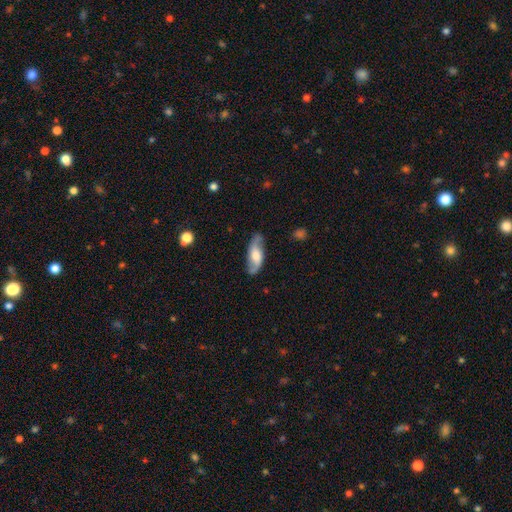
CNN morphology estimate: Smooth or featured? featured or disk (64%)
Edge-on disk? no (87%)
Bar? no (49%)
Spiral arms? yes (91%)
Spiral winding? loose (58%)
Spiral arm count? 2 (89%)
Bulge size? moderate (51%)
Merging? none (79%)